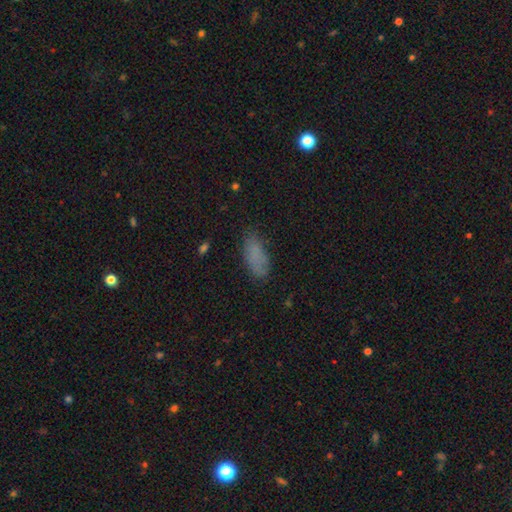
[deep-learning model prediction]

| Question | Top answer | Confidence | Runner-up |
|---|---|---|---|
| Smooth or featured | smooth | 80% | star or artifact (10%) |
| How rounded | in between | 84% | cigar-shaped (13%) |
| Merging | none | 72% | minor disturbance (20%) |